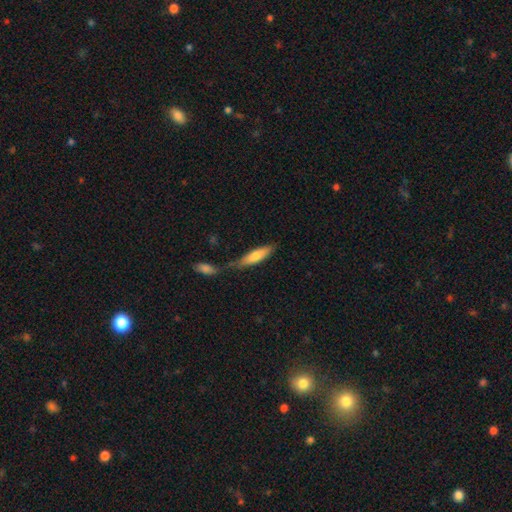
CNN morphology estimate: The model was most divided on "merging": none: 50%, merger: 25%, minor disturbance: 19%, major disturbance: 6%. More confident: smooth or featured — smooth (72%); how rounded — cigar-shaped (63%).